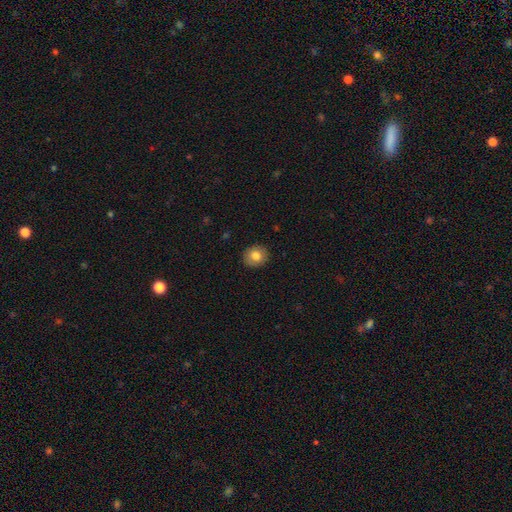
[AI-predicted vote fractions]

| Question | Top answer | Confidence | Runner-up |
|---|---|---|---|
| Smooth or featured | smooth | 82% | featured or disk (10%) |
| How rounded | round | 79% | in between (20%) |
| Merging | none | 89% | minor disturbance (8%) |